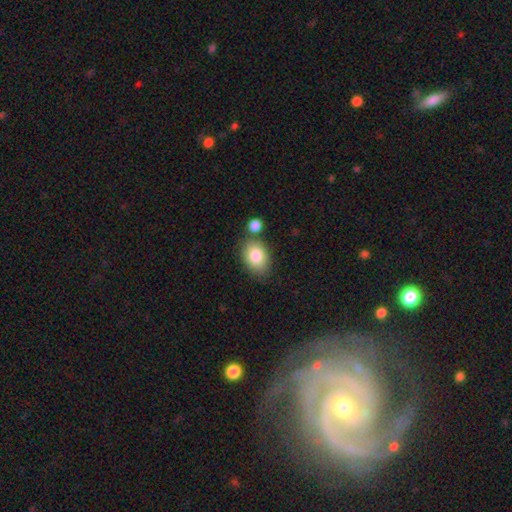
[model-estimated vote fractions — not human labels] Smooth or featured: smooth — 84% (featured or disk — 9%)
How rounded: in between — 81% (round — 18%)
Merging: none — 68% (merger — 15%)